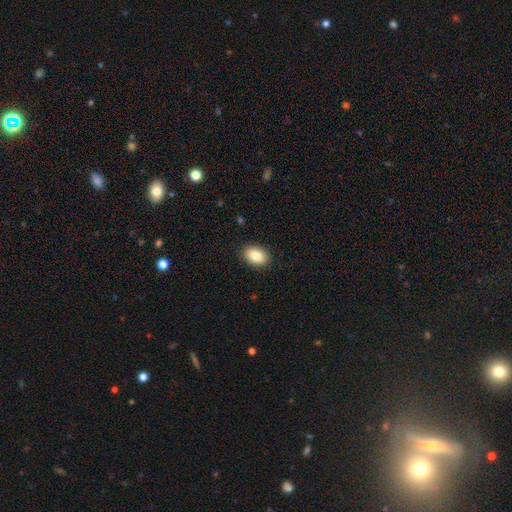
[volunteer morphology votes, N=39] Smooth or featured? 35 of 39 (90%) said smooth. How rounded? 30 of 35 (86%) said in between. Merging? 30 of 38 (79%) said none.